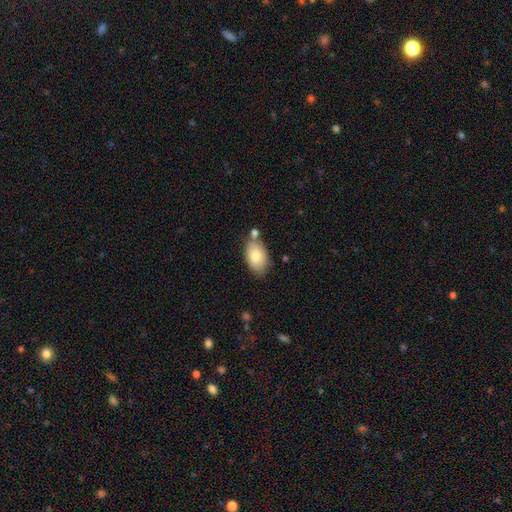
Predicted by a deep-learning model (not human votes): Smooth or featured: smooth — 80% (featured or disk — 13%)
How rounded: in between — 92% (round — 7%)
Merging: none — 66% (minor disturbance — 18%)